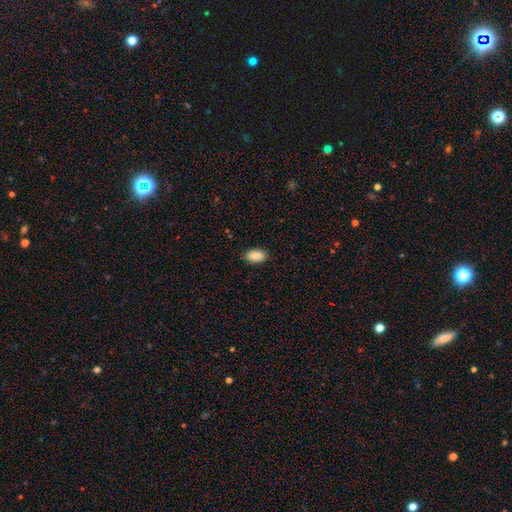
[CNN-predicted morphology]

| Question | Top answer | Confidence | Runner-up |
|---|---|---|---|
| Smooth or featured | smooth | 89% | star or artifact (7%) |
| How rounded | in between | 93% | round (4%) |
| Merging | none | 88% | minor disturbance (9%) |